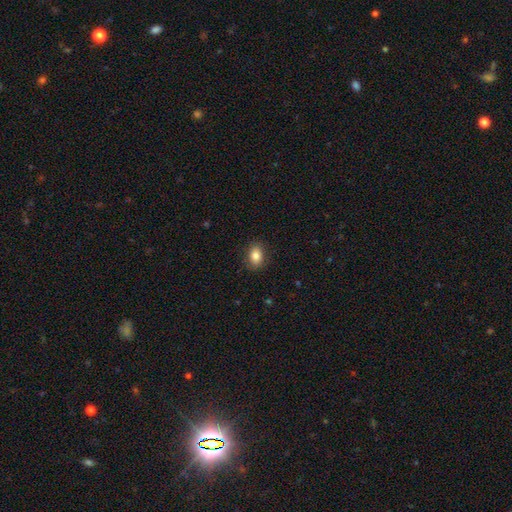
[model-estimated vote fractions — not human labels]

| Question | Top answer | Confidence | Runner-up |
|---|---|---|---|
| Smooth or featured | smooth | 84% | star or artifact (8%) |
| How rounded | in between | 79% | round (20%) |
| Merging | none | 86% | minor disturbance (10%) |